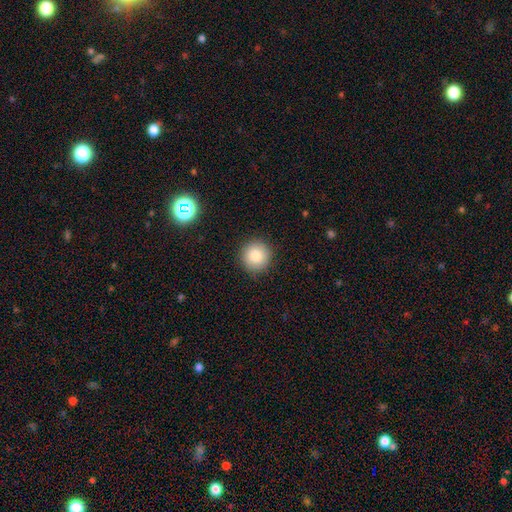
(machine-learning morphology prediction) smooth 85%, star or artifact 10%, featured or disk 6%. Down the decision tree: how rounded — round (94%); merging — none (90%).